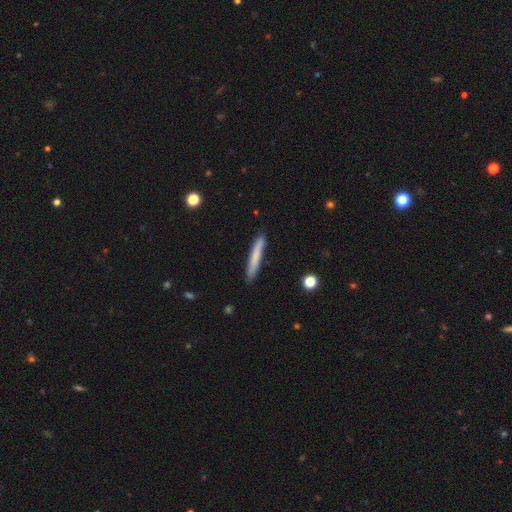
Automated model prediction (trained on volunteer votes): Overall: smooth (72%). How rounded: cigar-shaped (96%). Merging: none (88%).